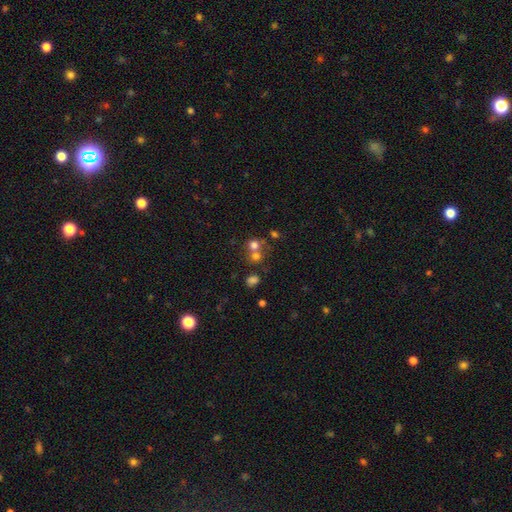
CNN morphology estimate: A smooth galaxy with no disk features (69%) that is round (80%).

Vote fractions:
- Smooth or featured? smooth: 69% / star or artifact: 18% / featured or disk: 13%
- How rounded? round: 80% / in between: 19% / cigar-shaped: 1%
- Merging? merger: 45% / none: 44% / minor disturbance: 7% / major disturbance: 4%